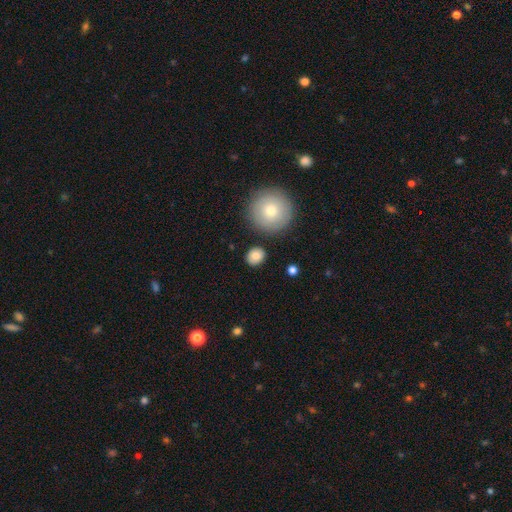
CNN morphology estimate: Smooth or featured? Predicted: smooth (p=0.80). How rounded? Predicted: round (p=0.82). Merging? Predicted: none (p=0.86).